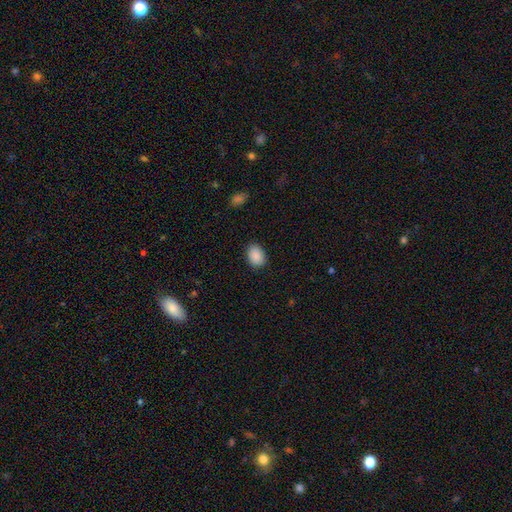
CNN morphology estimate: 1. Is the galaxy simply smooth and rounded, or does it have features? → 90% smooth, 7% star or artifact, 3% featured or disk.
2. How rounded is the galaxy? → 73% in between, 26% round, 1% cigar-shaped.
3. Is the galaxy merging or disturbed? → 87% none, 9% minor disturbance, 2% major disturbance, 1% merger.